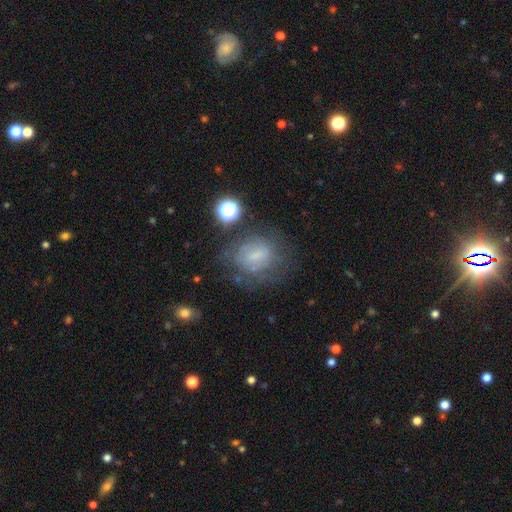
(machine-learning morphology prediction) Q: Smooth or featured?
A: featured or disk (44%); runner-up: smooth (40%)
Q: Merging?
A: none (57%); runner-up: minor disturbance (21%)